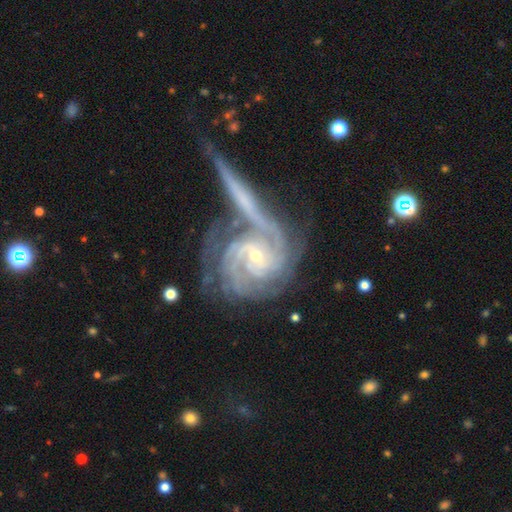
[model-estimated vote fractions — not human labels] This is clearly a featured or disk galaxy (90%). It is clearly not viewed edge-on (96%). Bar: likely no (60%). Spiral arm pattern: clearly yes (98%). Spiral arm count: marginally 3 (29%). Spiral winding: likely tight (73%). Central bulge: likely small (68%). Merging: marginally none (44%).